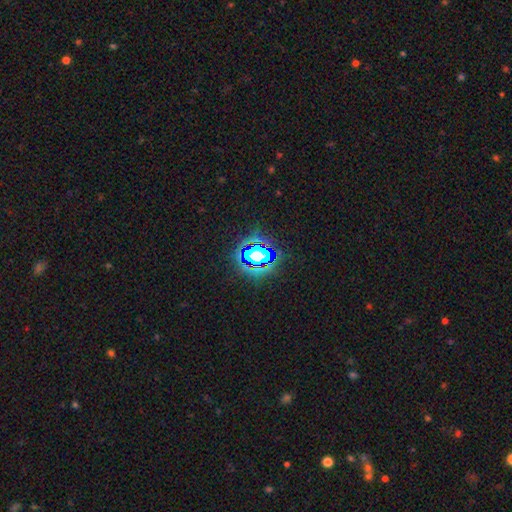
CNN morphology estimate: Smooth or featured?
  - star or artifact: 66% *
  - smooth: 21%
  - featured or disk: 14%